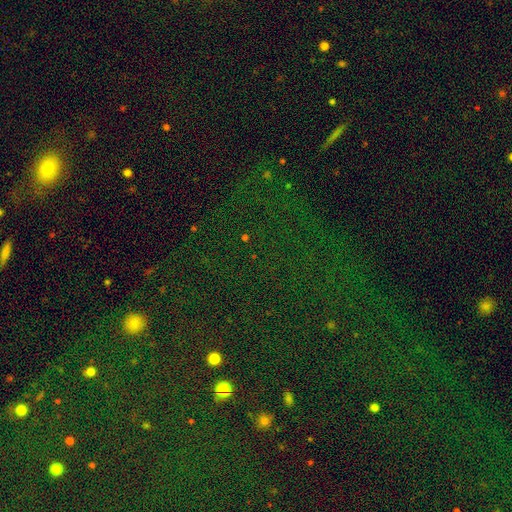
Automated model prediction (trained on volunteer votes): Smooth or featured: star or artifact — 75% (smooth — 15%)